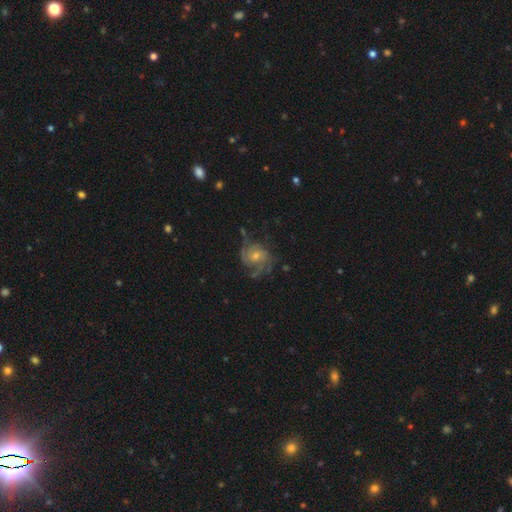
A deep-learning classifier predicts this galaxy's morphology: Q: Smooth or featured?
A: featured or disk (77%); runner-up: smooth (13%)
Q: Edge-on disk?
A: no (98%); runner-up: yes (2%)
Q: Bar?
A: no (64%); runner-up: weak (31%)
Q: Spiral arms?
A: yes (92%); runner-up: no (8%)
Q: Spiral winding?
A: medium (46%); runner-up: tight (35%)
Q: Spiral arm count?
A: 2 (48%); runner-up: can't tell (21%)
Q: Bulge size?
A: small (47%); runner-up: moderate (46%)
Q: Merging?
A: none (64%); runner-up: minor disturbance (20%)